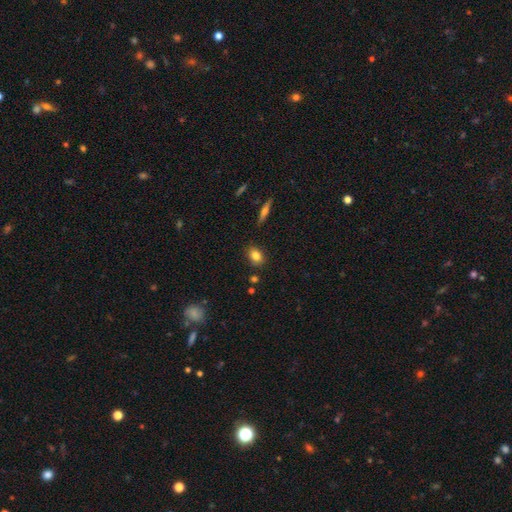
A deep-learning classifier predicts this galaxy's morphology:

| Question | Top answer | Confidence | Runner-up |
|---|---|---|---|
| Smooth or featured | smooth | 83% | star or artifact (9%) |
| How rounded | in between | 67% | round (30%) |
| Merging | none | 84% | minor disturbance (11%) |